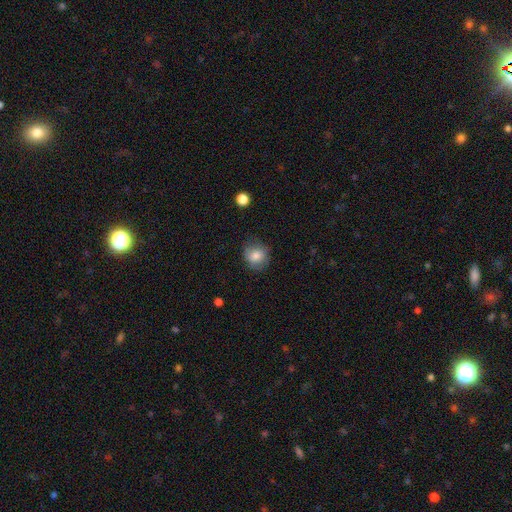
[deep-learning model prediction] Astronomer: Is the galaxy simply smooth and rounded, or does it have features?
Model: smooth — 79%.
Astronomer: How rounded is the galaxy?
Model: round — 79%.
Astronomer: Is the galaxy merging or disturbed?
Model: none — 75%.